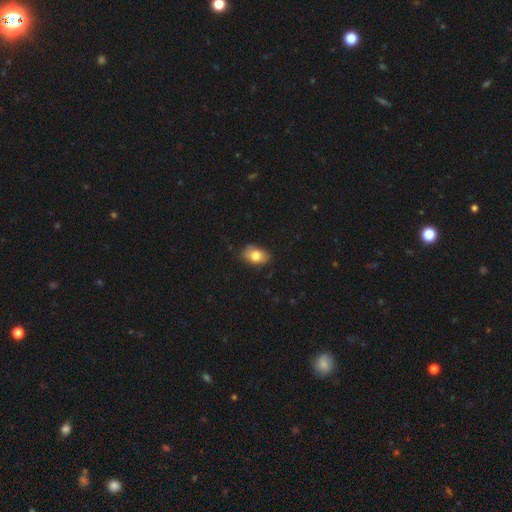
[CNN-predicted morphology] Smooth or featured: smooth — 78% (featured or disk — 14%)
How rounded: in between — 85% (round — 14%)
Merging: none — 76% (minor disturbance — 19%)